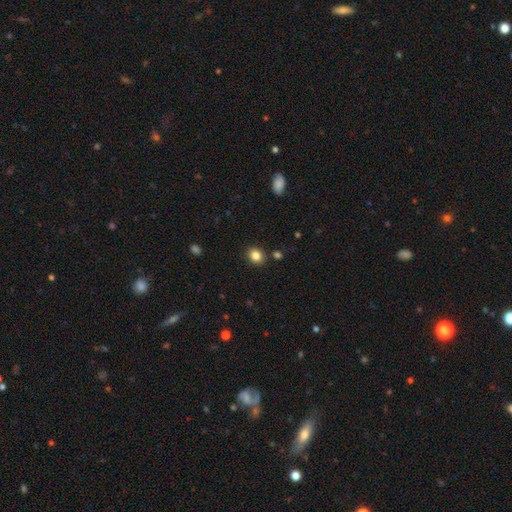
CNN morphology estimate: This is clearly a smooth galaxy (84%). How rounded: likely round (62%). Merging: clearly none (87%).